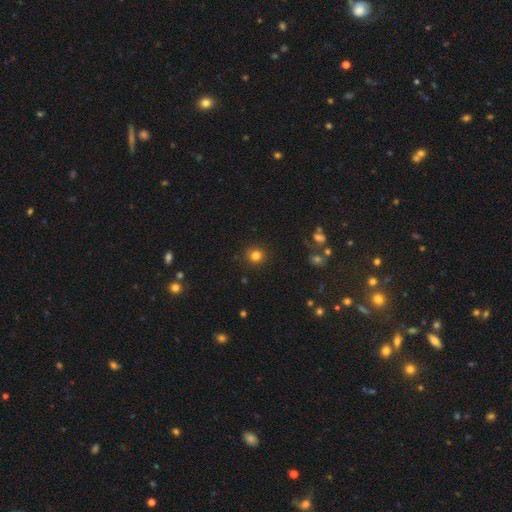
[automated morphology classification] A smooth galaxy with no disk features (81%) that is round (91%).

Vote fractions:
- Smooth or featured? smooth: 81% / star or artifact: 14% / featured or disk: 5%
- How rounded? round: 91% / in between: 8% / cigar-shaped: 1%
- Merging? none: 90% / minor disturbance: 7% / major disturbance: 2% / merger: 1%